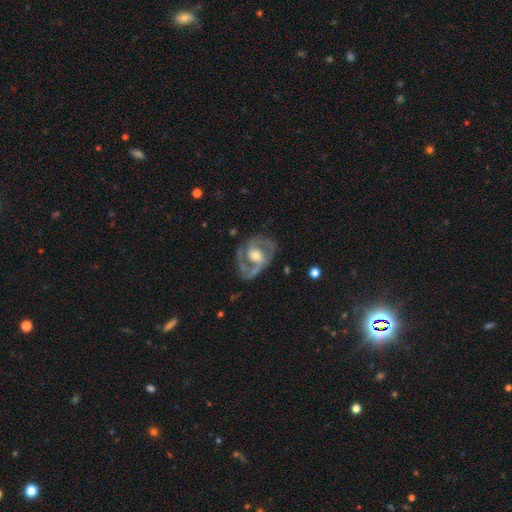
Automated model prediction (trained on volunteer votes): A featured or disk galaxy (84%) with no bar (44%), 2 (81%) medium (55%) spiral arms (90%) and a moderate central bulge (63%).

Vote fractions:
- Smooth or featured? featured or disk: 84% / smooth: 11% / star or artifact: 5%
- Edge-on disk? no: 97% / yes: 3%
- Bar? no: 44% / weak: 39% / strong: 17%
- Spiral arms? yes: 90% / no: 10%
- Spiral winding? medium: 55% / tight: 27% / loose: 18%
- Spiral arm count? 2: 81% / can't tell: 7% / 3: 5% / 1: 4% / 4: 1% / more than 4: 1%
- Bulge size? moderate: 63% / small: 26% / large: 9% / none: 1% / dominant: 1%
- Merging? none: 67% / minor disturbance: 19% / major disturbance: 12% / merger: 3%